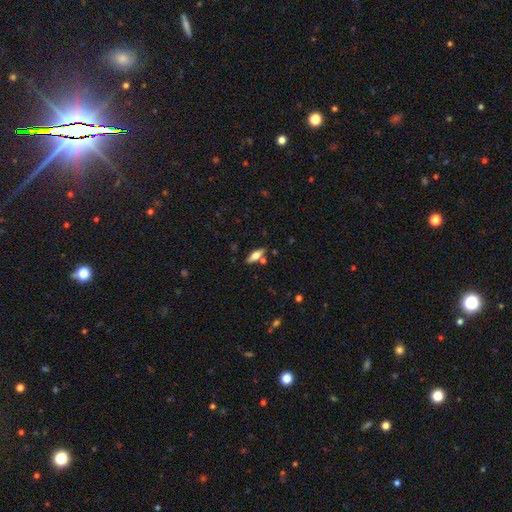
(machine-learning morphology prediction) Smooth or featured? Predicted: smooth (p=0.56). How rounded? Predicted: in between (p=0.60). Merging? Predicted: none (p=0.77).